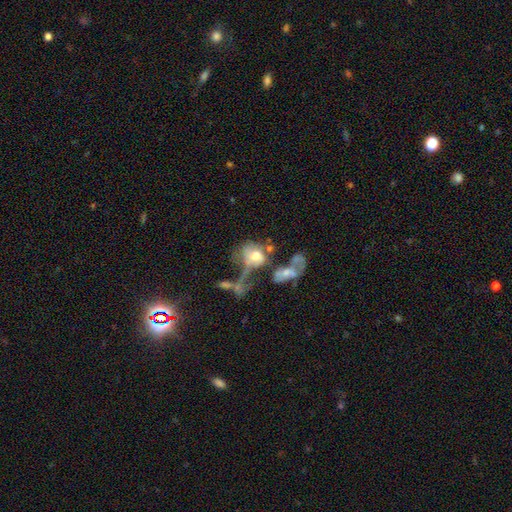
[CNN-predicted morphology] The model was most divided on "how rounded": in between: 54%, round: 43%, cigar-shaped: 3%. Remaining: smooth or featured — smooth (53%); merging — merger (43%).